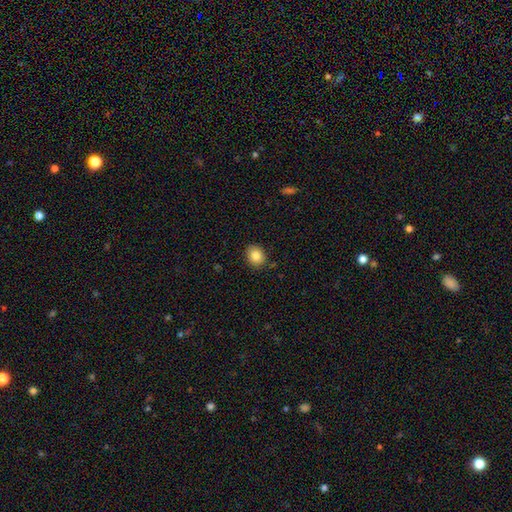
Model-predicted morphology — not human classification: Q: Smooth or featured?
A: smooth (85%); runner-up: star or artifact (9%)
Q: How rounded?
A: round (61%); runner-up: in between (38%)
Q: Merging?
A: none (88%); runner-up: minor disturbance (9%)